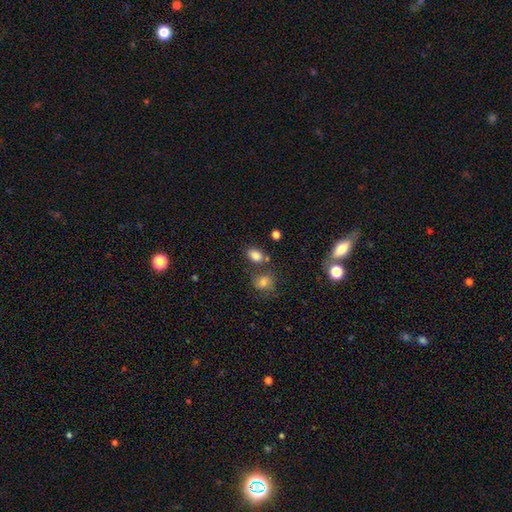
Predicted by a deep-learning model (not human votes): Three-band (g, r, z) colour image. It shows a smooth galaxy with no disk features (82%) that is in between round and cigar-shaped (76%). Merging: none (68%).